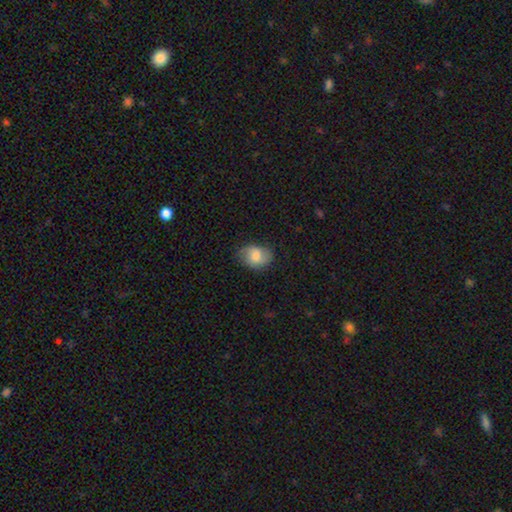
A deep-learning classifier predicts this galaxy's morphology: smooth-or-featured: smooth: 72% | featured or disk: 21% | star or artifact: 7%
  how-rounded: in between: 67% | round: 32% | cigar-shaped: 1%
  merging: none: 74% | minor disturbance: 20% | major disturbance: 5% | merger: 1%